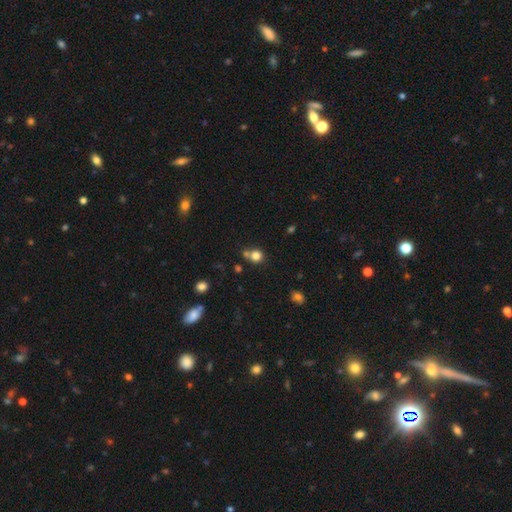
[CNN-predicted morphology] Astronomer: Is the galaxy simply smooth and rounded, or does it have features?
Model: smooth — 80%.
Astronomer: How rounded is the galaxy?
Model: round — 87%.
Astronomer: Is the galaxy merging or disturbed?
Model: none — 58%.